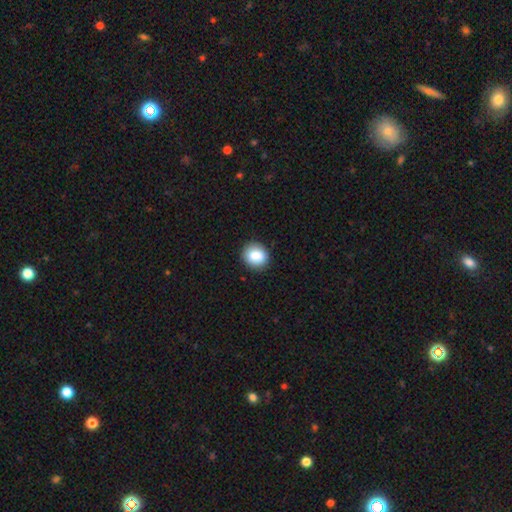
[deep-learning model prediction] Smooth or featured?
  - smooth: 86% *
  - star or artifact: 8%
  - featured or disk: 6%
How rounded?
  - round: 81% *
  - in between: 18%
  - cigar-shaped: 1%
Merging?
  - none: 88% *
  - minor disturbance: 9%
  - major disturbance: 2%
  - merger: 1%